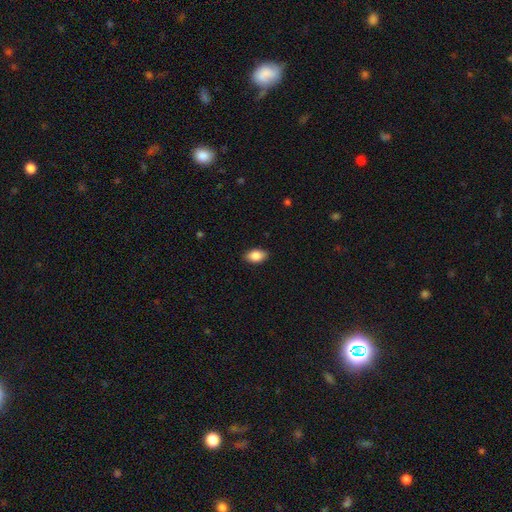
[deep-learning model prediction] smooth_or_featured: smooth (p=0.86) [alt: star or artifact p=0.07]
how_rounded: in between (p=0.91) [alt: round p=0.07]
merging: none (p=0.89) [alt: minor disturbance p=0.08]